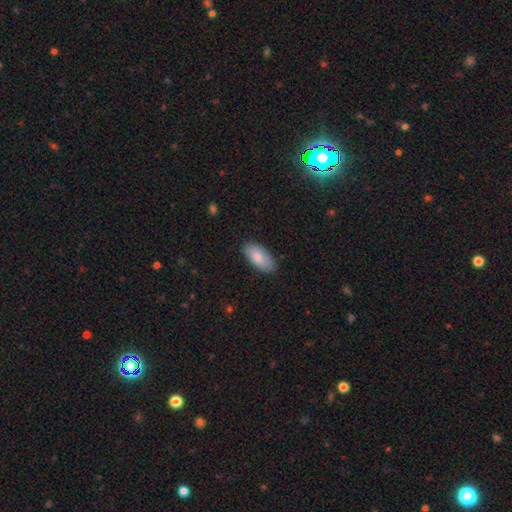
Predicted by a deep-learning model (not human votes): A smooth galaxy with no disk features (80%) that is in between round and cigar-shaped (90%).

Vote fractions:
- Smooth or featured? smooth: 80% / featured or disk: 12% / star or artifact: 8%
- How rounded? in between: 90% / cigar-shaped: 7% / round: 2%
- Merging? none: 86% / minor disturbance: 11% / major disturbance: 2% / merger: 1%